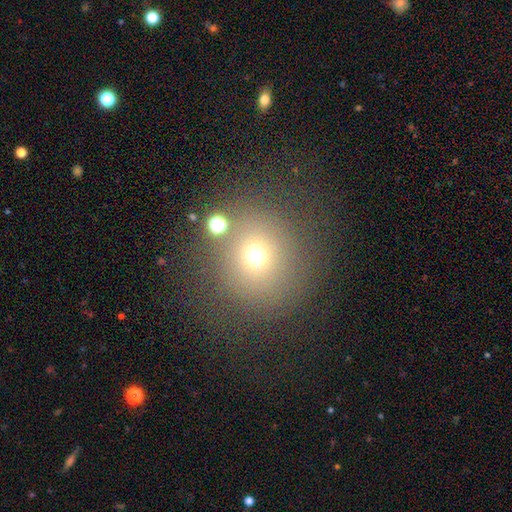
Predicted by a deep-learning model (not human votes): Q: Smooth or featured?
A: smooth (68%); runner-up: star or artifact (21%)
Q: How rounded?
A: round (90%); runner-up: in between (9%)
Q: Merging?
A: none (76%); runner-up: minor disturbance (10%)